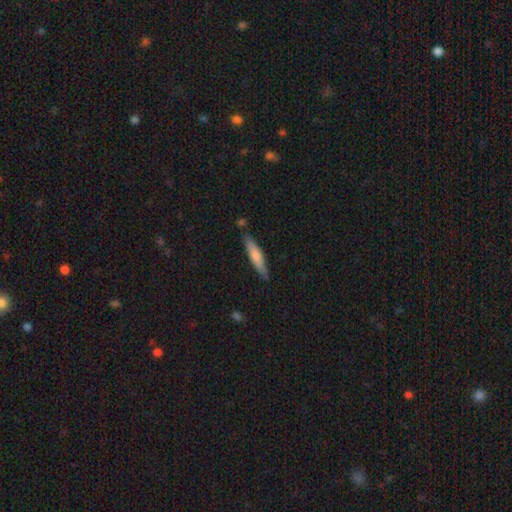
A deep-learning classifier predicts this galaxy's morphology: Overall: smooth (68%). How rounded: cigar-shaped (85%). Merging: none (82%).